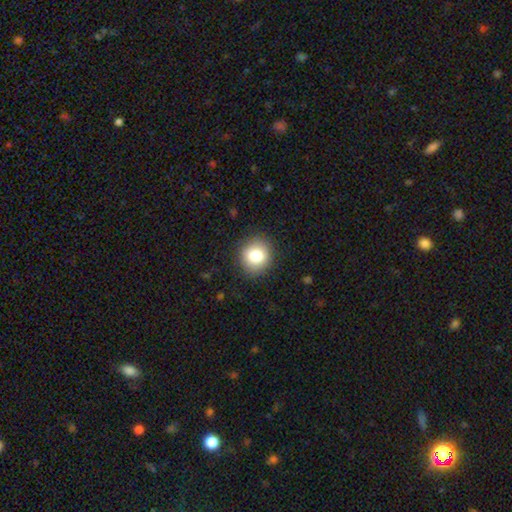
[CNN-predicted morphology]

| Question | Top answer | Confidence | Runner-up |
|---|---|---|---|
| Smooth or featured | smooth | 82% | star or artifact (9%) |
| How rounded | round | 81% | in between (18%) |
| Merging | none | 88% | minor disturbance (9%) |